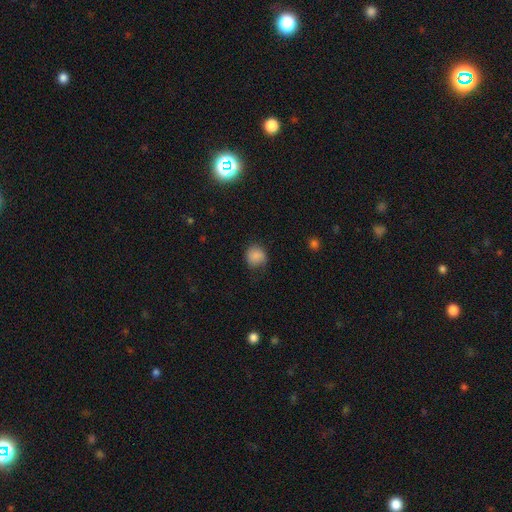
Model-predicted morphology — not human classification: smooth-or-featured: smooth: 84% | star or artifact: 9% | featured or disk: 7%
  how-rounded: round: 84% | in between: 15% | cigar-shaped: 1%
  merging: none: 74% | minor disturbance: 20% | major disturbance: 5% | merger: 1%